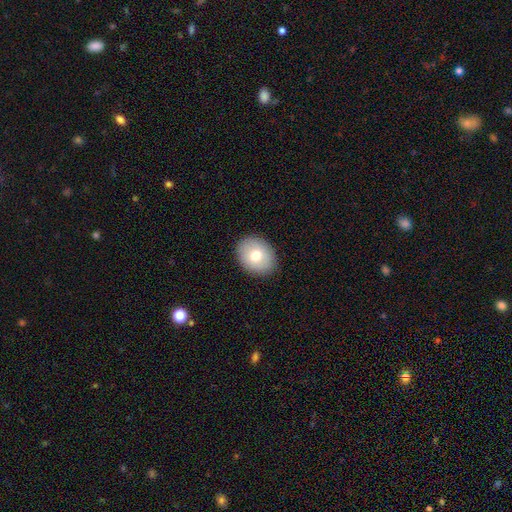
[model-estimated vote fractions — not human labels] Smooth or featured?
  - smooth: 74% *
  - featured or disk: 18%
  - star or artifact: 8%
How rounded?
  - in between: 56% *
  - round: 43%
  - cigar-shaped: 1%
Merging?
  - none: 89% *
  - minor disturbance: 8%
  - major disturbance: 2%
  - merger: 1%